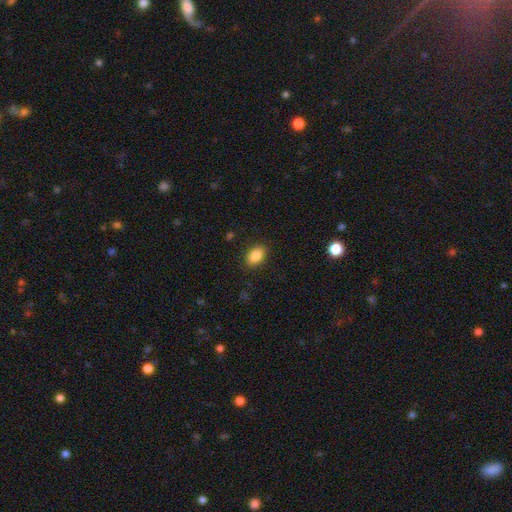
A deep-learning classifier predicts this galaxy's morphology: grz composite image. It shows a smooth galaxy with no disk features (87%) that is in between round and cigar-shaped (87%). Merging: none (88%).